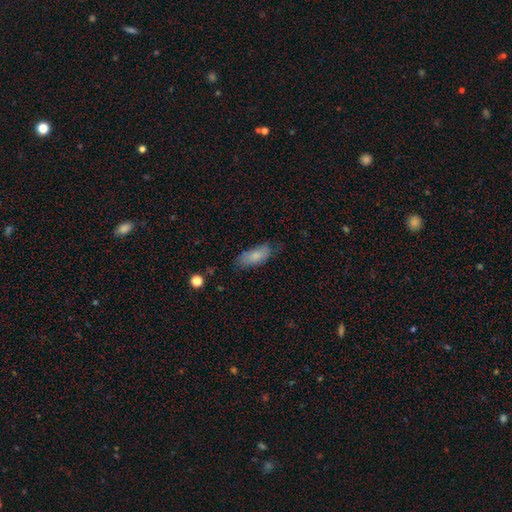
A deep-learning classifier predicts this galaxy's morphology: Smooth or featured?
  - smooth: 78% *
  - featured or disk: 15%
  - star or artifact: 7%
How rounded?
  - in between: 82% *
  - cigar-shaped: 15%
  - round: 2%
Merging?
  - none: 68% *
  - minor disturbance: 24%
  - major disturbance: 6%
  - merger: 2%